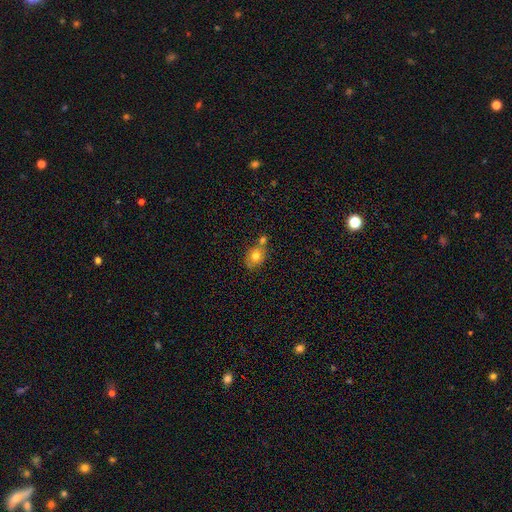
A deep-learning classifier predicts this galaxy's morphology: This appears to be a smooth galaxy with no disk features (76%) that is in between round and cigar-shaped (51%). Merging: none (52%).